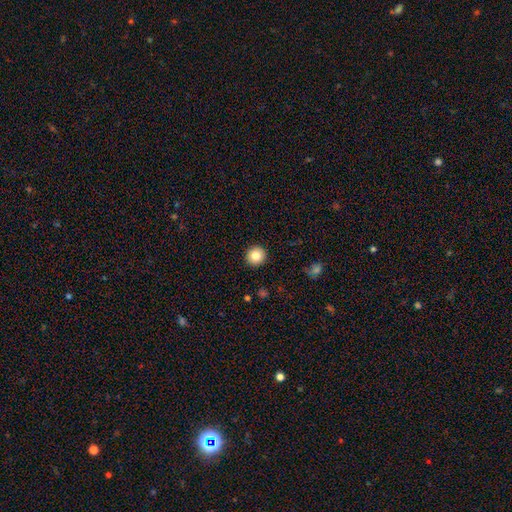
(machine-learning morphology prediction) A smooth galaxy with no disk features (83%) that is round (95%).

Vote fractions:
- Smooth or featured? smooth: 83% / star or artifact: 10% / featured or disk: 7%
- How rounded? round: 95% / in between: 4% / cigar-shaped: 1%
- Merging? none: 93% / minor disturbance: 4% / major disturbance: 1% / merger: 1%